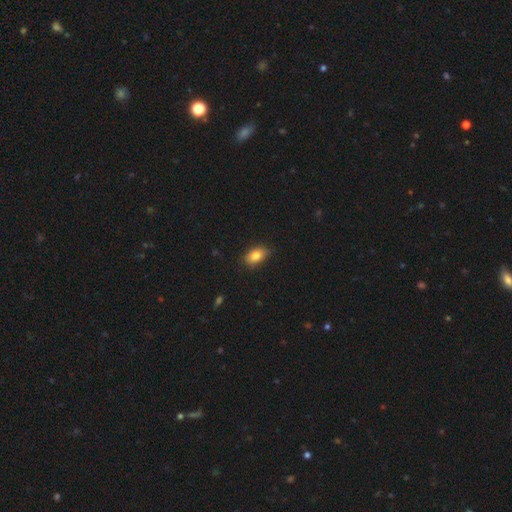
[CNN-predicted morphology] The model was most divided on "merging": none: 84%, minor disturbance: 13%, major disturbance: 2%, merger: 1%. More confident: how rounded — in between (87%); smooth or featured — smooth (83%).